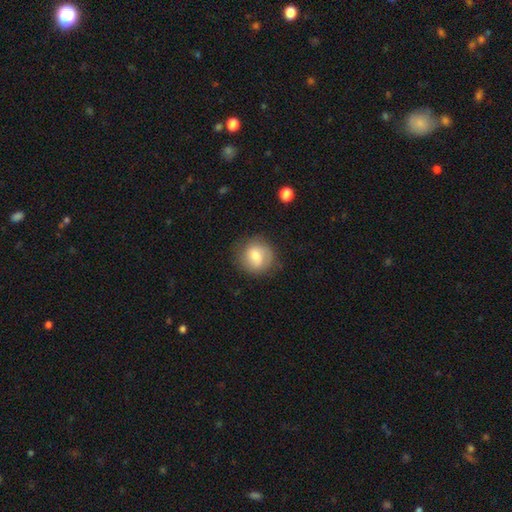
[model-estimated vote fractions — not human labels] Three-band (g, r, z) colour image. It shows a smooth galaxy with no disk features (67%) that is round (84%). Merging: none (77%).